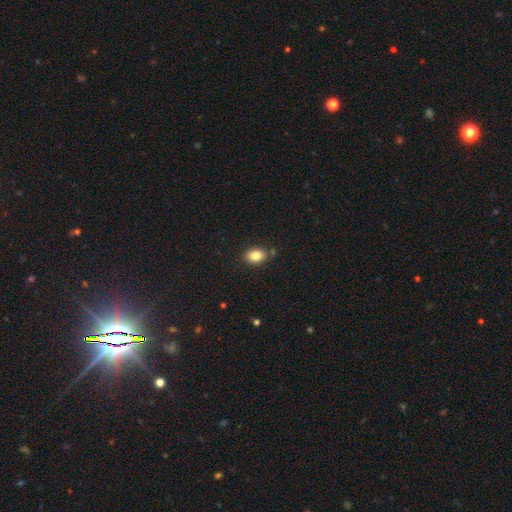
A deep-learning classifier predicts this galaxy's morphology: A smooth galaxy with no disk features (84%) that is in between round and cigar-shaped (68%).

Vote fractions:
- Smooth or featured? smooth: 84% / star or artifact: 10% / featured or disk: 7%
- How rounded? in between: 68% / round: 30% / cigar-shaped: 1%
- Merging? none: 81% / minor disturbance: 12% / merger: 4% / major disturbance: 3%